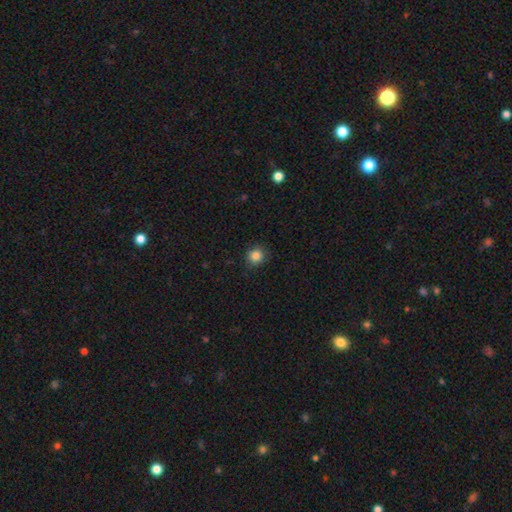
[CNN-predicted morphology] smooth-or-featured: smooth: 85% | star or artifact: 11% | featured or disk: 4%
  how-rounded: round: 89% | in between: 10% | cigar-shaped: 1%
  merging: none: 87% | minor disturbance: 9% | major disturbance: 2% | merger: 1%